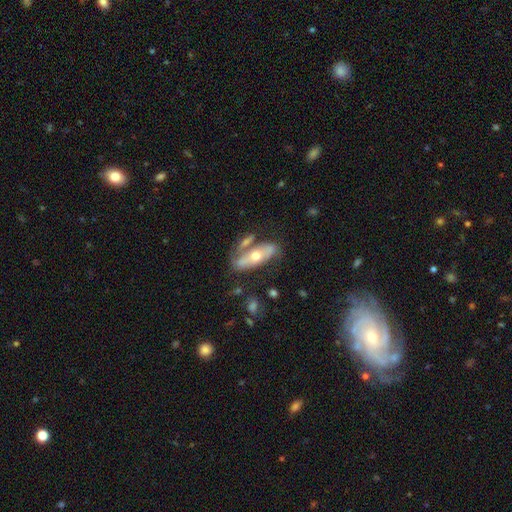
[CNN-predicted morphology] smooth_or_featured: featured or disk (p=0.57) [alt: smooth p=0.37]
disk_edge_on: no (p=0.67) [alt: yes p=0.33]
merging: none (p=0.52) [alt: merger p=0.19]